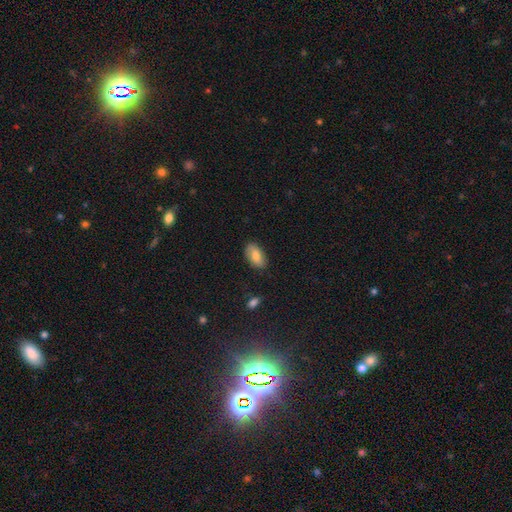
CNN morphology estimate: Q: Smooth or featured?
A: smooth (76%); runner-up: featured or disk (17%)
Q: How rounded?
A: in between (93%); runner-up: round (4%)
Q: Merging?
A: none (79%); runner-up: minor disturbance (16%)